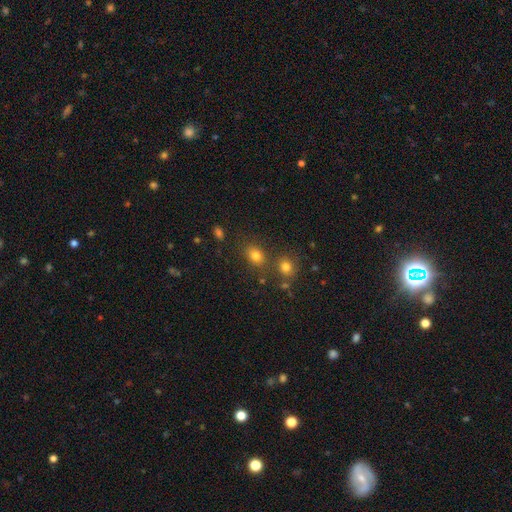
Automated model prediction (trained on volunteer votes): Smooth or featured? Predicted: smooth (p=0.74). How rounded? Predicted: in between (p=0.54). Merging? Predicted: none (p=0.68).